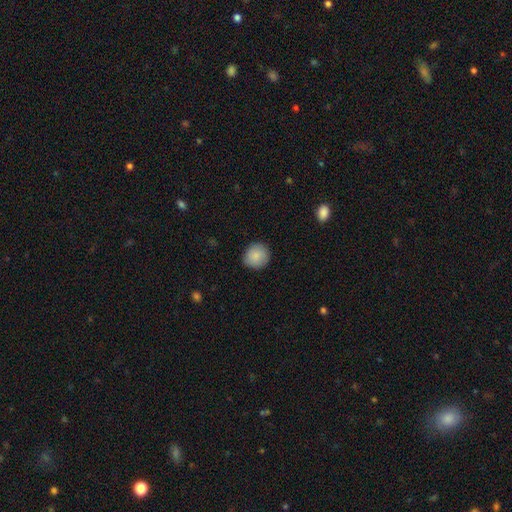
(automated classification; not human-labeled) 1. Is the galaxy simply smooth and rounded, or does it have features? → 87% smooth, 7% star or artifact, 6% featured or disk.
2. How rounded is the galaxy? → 91% round, 8% in between, 1% cigar-shaped.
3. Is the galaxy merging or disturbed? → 87% none, 10% minor disturbance, 2% major disturbance, 1% merger.